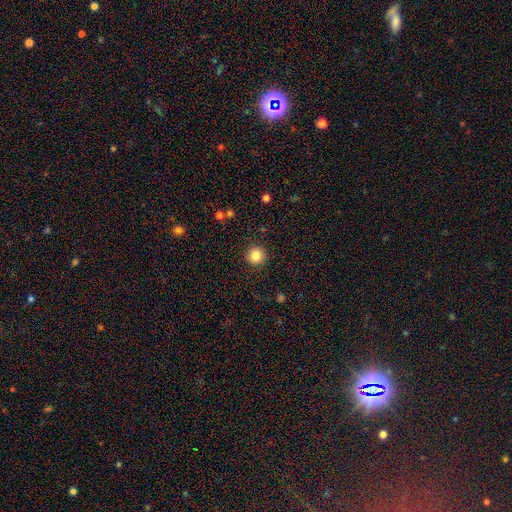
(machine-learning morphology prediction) smooth 85%, star or artifact 10%, featured or disk 5%. Down the decision tree: how rounded — round (95%); merging — none (91%).